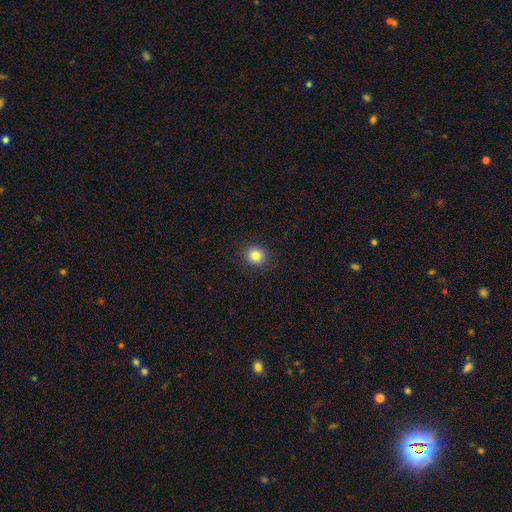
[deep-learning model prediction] Smooth or featured: smooth — 84% (star or artifact — 11%)
How rounded: round — 86% (in between — 13%)
Merging: none — 91% (minor disturbance — 6%)